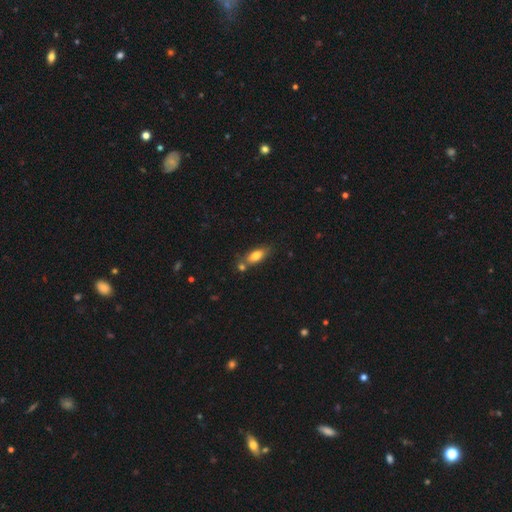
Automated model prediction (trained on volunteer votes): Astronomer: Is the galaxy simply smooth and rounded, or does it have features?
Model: smooth — 77%.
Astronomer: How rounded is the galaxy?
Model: in between — 82%.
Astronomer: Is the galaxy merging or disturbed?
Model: none — 60%.